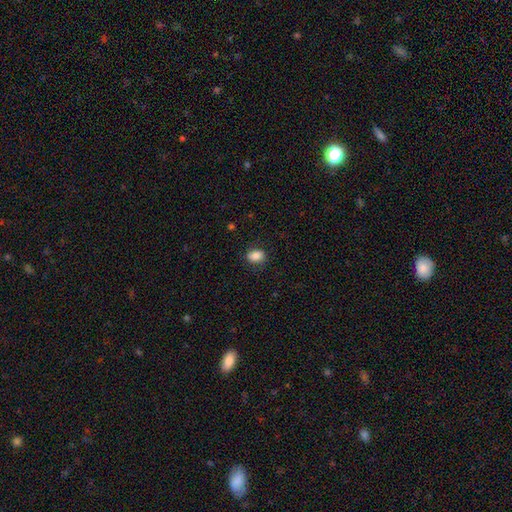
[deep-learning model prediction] Smooth or featured?
  - smooth: 83% *
  - star or artifact: 9%
  - featured or disk: 8%
How rounded?
  - in between: 68% *
  - round: 30%
  - cigar-shaped: 1%
Merging?
  - none: 82% *
  - minor disturbance: 13%
  - major disturbance: 4%
  - merger: 1%